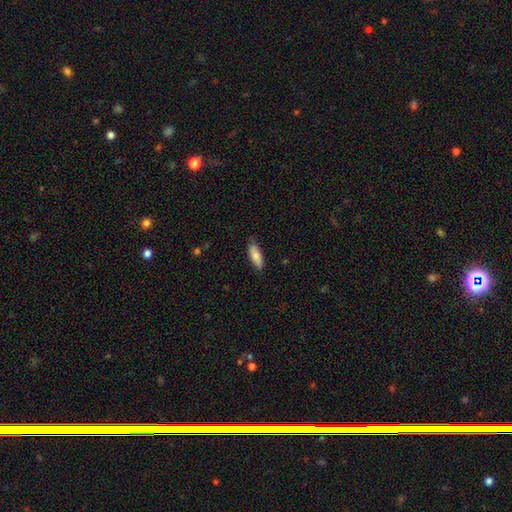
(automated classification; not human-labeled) Morphology: type=smooth (78%); roundness=in between (73%); merging=none (78%).